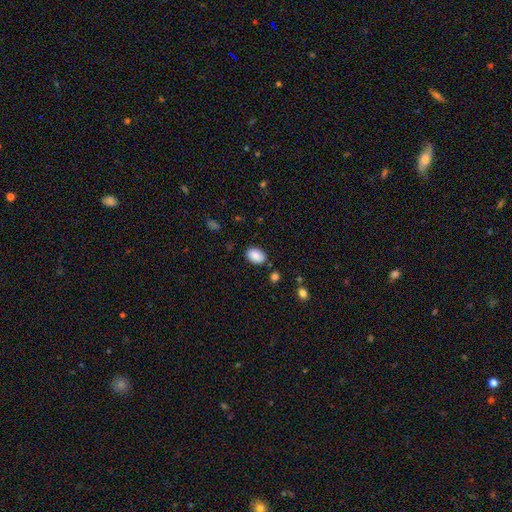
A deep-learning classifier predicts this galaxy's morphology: Smooth or featured? Predicted: smooth (p=0.87). How rounded? Predicted: in between (p=0.86). Merging? Predicted: none (p=0.84).